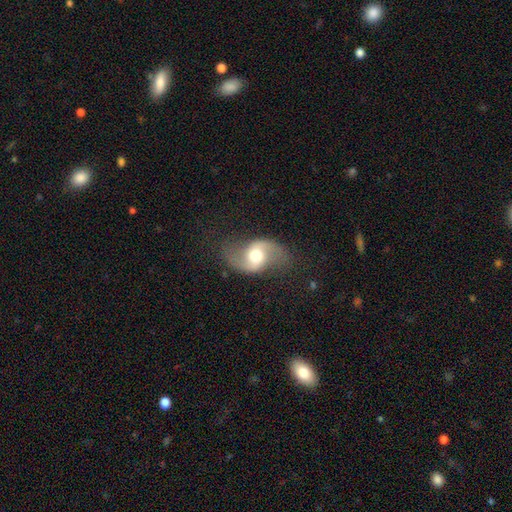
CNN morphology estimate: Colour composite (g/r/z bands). It shows a featured or disk galaxy (87%) with no bar (46%), 2 (94%) loose (69%) spiral arms (96%) and a moderate central bulge (65%). Merging: none (77%).